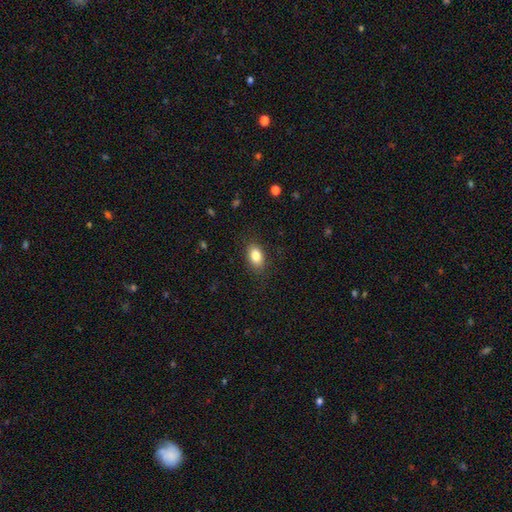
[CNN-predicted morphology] Overall: smooth (84%). How rounded: in between (87%). Merging: none (86%).